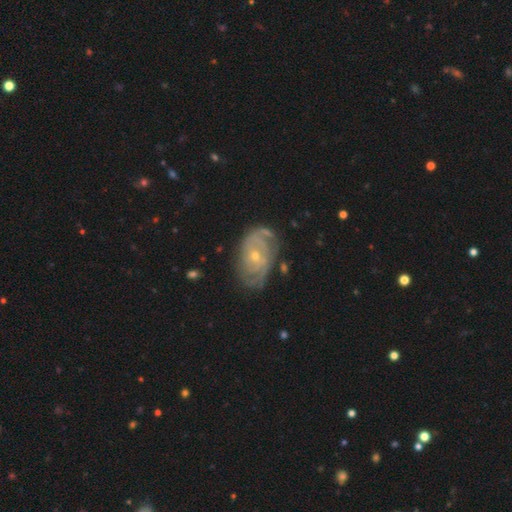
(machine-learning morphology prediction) This appears to be a featured or disk galaxy (82%) with no bar (70%), tight (65%) spiral arms (92%) and a small central bulge (64%). Merging: none (70%).